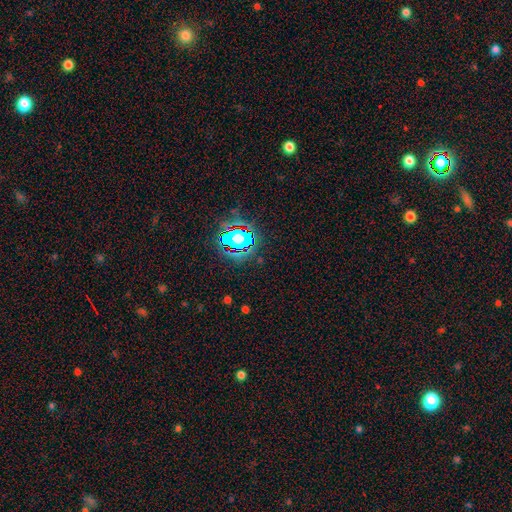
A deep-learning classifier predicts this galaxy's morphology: smooth_or_featured: star or artifact (p=0.81) [alt: smooth p=0.12]